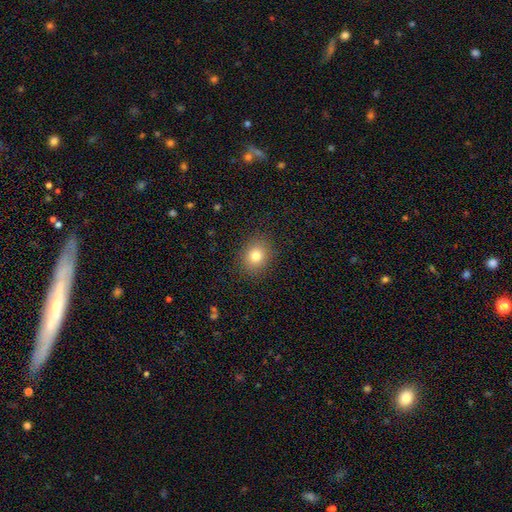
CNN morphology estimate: Overall: smooth (79%). How rounded: round (59%; in between 40%). Merging: none (88%).